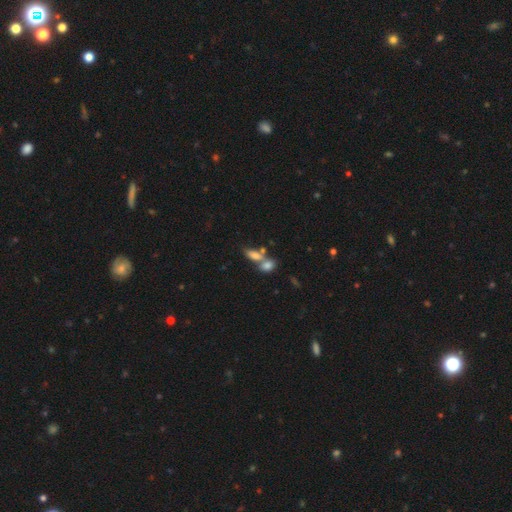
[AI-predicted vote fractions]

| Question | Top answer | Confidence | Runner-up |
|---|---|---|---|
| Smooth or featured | smooth | 75% | featured or disk (14%) |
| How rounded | in between | 82% | cigar-shaped (10%) |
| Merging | merger | 56% | none (31%) |